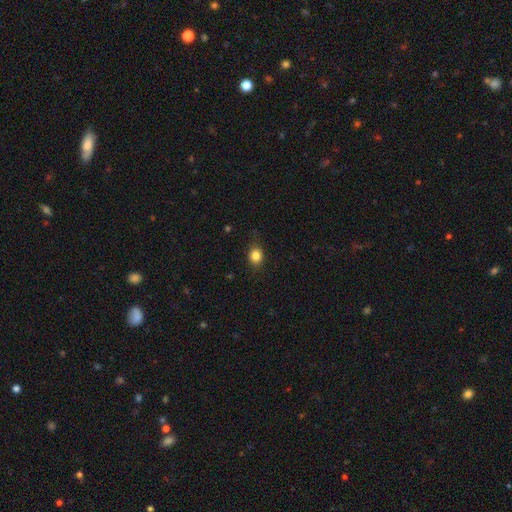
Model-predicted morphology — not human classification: type=smooth (83%); roundness=round (64%); merging=none (81%).